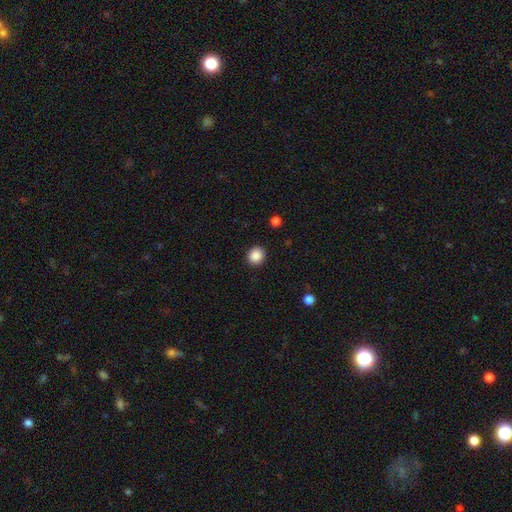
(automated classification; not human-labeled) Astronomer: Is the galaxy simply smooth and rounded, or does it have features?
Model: smooth — 88%.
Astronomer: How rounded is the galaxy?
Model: round — 83%.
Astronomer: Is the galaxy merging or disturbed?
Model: none — 91%.